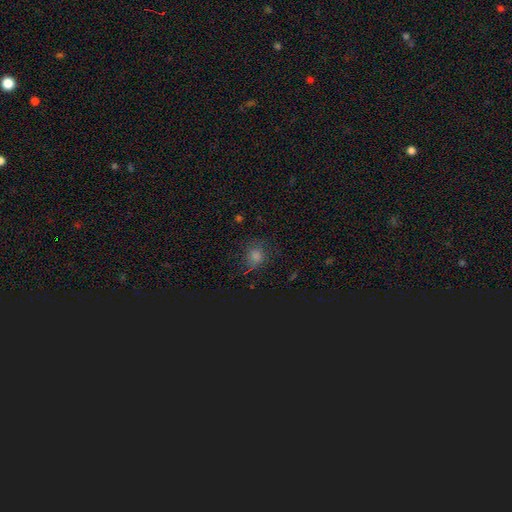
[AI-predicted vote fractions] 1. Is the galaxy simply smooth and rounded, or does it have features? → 61% smooth, 30% star or artifact, 8% featured or disk.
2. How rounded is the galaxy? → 81% round, 18% in between, 1% cigar-shaped.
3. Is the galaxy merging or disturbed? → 75% none, 16% minor disturbance, 7% major disturbance, 2% merger.